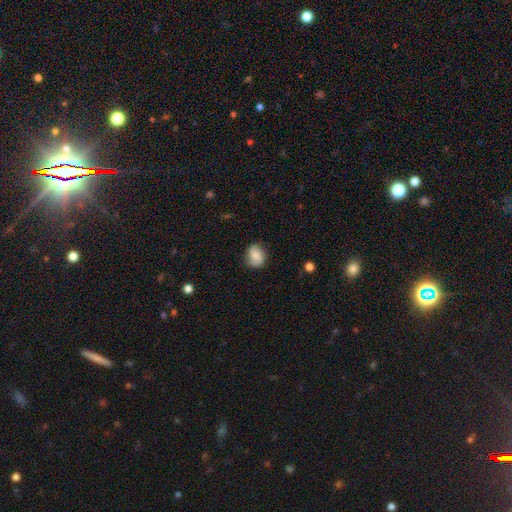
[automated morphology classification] Smooth or featured?
  - smooth: 67% *
  - featured or disk: 24%
  - star or artifact: 9%
How rounded?
  - round: 55% *
  - in between: 44%
  - cigar-shaped: 1%
Merging?
  - none: 75% *
  - minor disturbance: 19%
  - major disturbance: 5%
  - merger: 1%